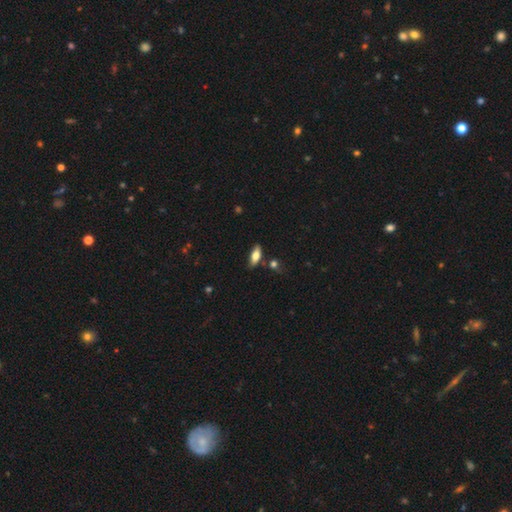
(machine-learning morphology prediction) A smooth galaxy with no disk features (70%) that is in between round and cigar-shaped (76%). Merging: none (75%).